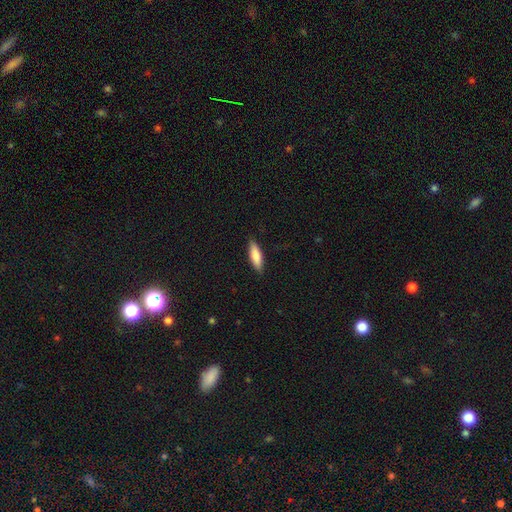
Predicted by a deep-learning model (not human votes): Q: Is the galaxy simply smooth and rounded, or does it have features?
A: smooth — 80%.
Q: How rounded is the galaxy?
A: cigar-shaped — 55%.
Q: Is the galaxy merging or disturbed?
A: none — 87%.